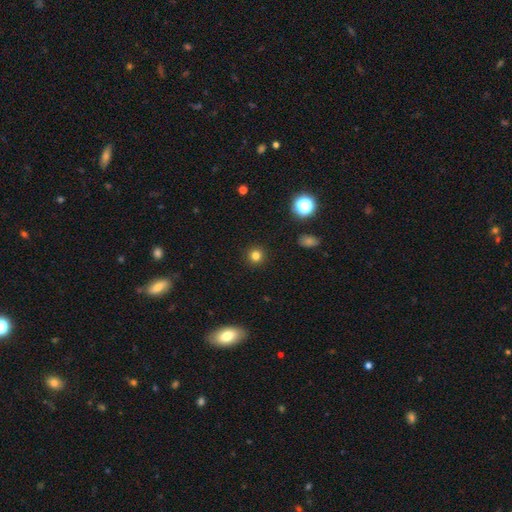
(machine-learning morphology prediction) Smooth or featured: smooth — 80% (star or artifact — 15%)
How rounded: round — 94% (in between — 5%)
Merging: none — 93% (minor disturbance — 5%)